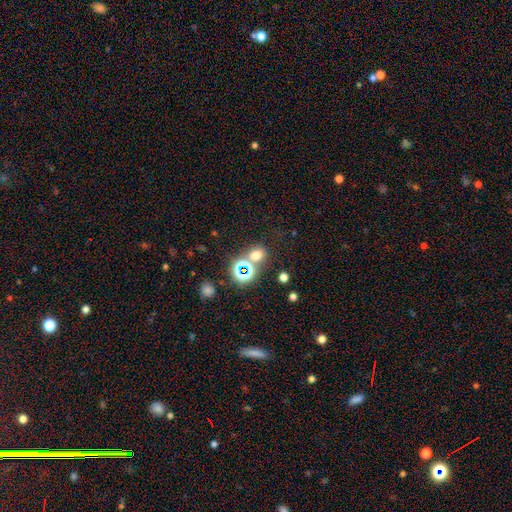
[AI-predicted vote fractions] Smooth or featured? Predicted: smooth (p=0.60). How rounded? Predicted: round (p=0.67). Merging? Predicted: none (p=0.63).